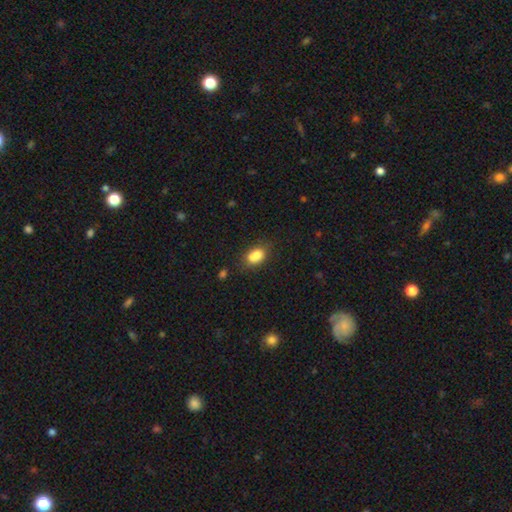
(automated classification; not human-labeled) smooth-or-featured: smooth: 80% | featured or disk: 10% | star or artifact: 10%
  how-rounded: in between: 79% | round: 18% | cigar-shaped: 3%
  merging: none: 56% | minor disturbance: 20% | merger: 18% | major disturbance: 6%